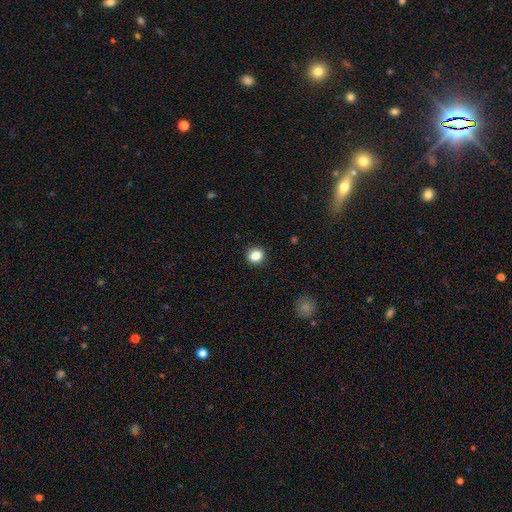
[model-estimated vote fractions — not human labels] smooth 85%, star or artifact 11%, featured or disk 5%. Down the decision tree: how rounded — round (77%); merging — none (91%).